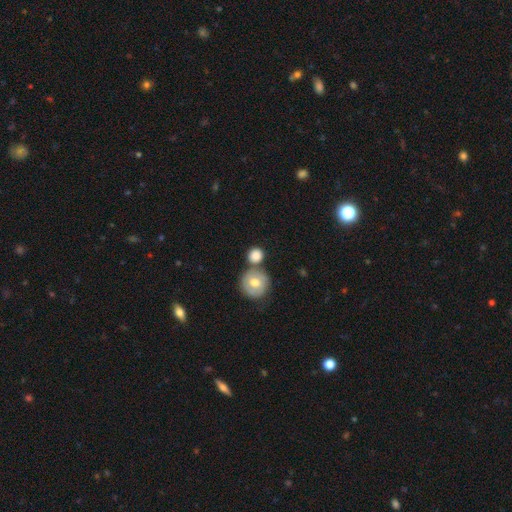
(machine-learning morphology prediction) smooth_or_featured: smooth (p=0.80) [alt: featured or disk p=0.13]
how_rounded: round (p=0.88) [alt: in between p=0.11]
merging: none (p=0.60) [alt: merger p=0.25]